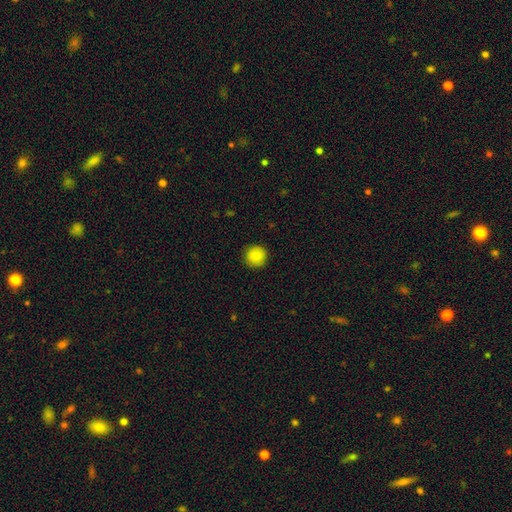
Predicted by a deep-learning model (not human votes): Smooth or featured: smooth — 88% (star or artifact — 8%)
How rounded: round — 95% (in between — 4%)
Merging: none — 91% (minor disturbance — 6%)